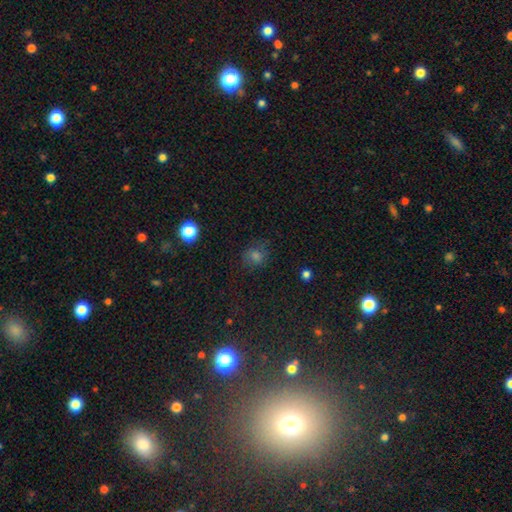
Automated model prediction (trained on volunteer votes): Overall: smooth (65%; star or artifact 26%). How rounded: round (73%). Merging: none (73%).